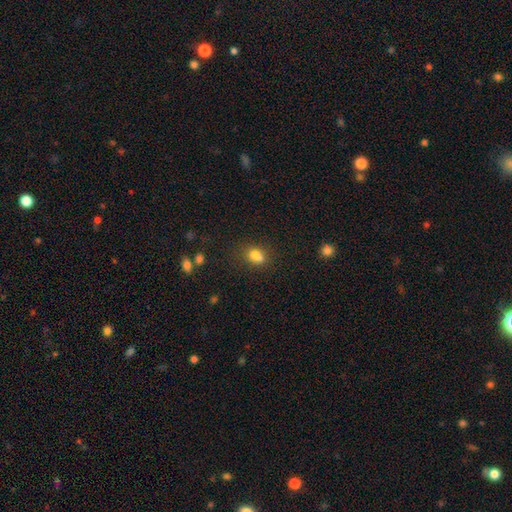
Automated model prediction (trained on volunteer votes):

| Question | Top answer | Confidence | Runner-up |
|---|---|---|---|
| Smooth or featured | smooth | 80% | star or artifact (12%) |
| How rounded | in between | 66% | round (32%) |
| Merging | none | 52% | merger (24%) |